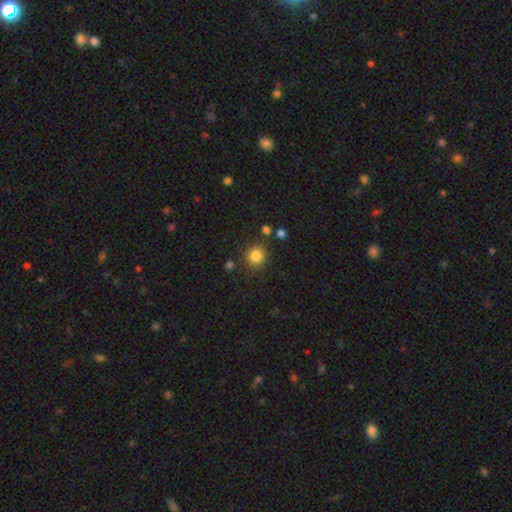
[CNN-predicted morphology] This appears to be a smooth galaxy with no disk features (84%) that is round (88%). Merging: none (82%).